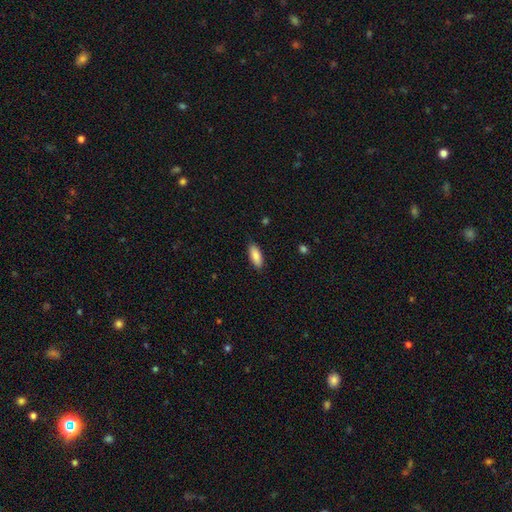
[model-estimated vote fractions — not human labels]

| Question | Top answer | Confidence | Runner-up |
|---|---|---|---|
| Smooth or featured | smooth | 87% | featured or disk (7%) |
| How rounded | in between | 78% | cigar-shaped (20%) |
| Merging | none | 86% | minor disturbance (11%) |